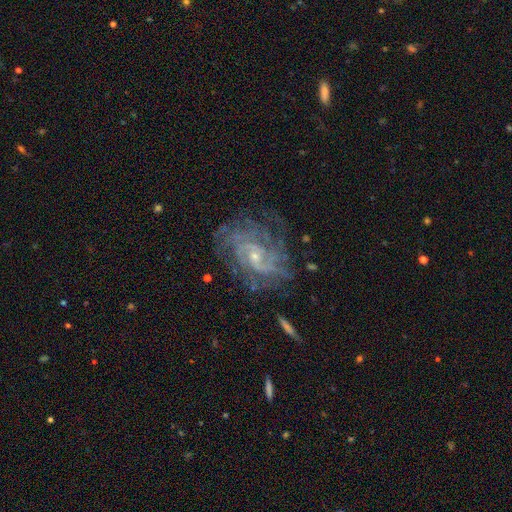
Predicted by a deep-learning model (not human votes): A featured or disk galaxy (85%) with no bar (54%), tight (61%) spiral arms (95%) and a small central bulge (72%).

Vote fractions:
- Smooth or featured? featured or disk: 85% / star or artifact: 9% / smooth: 6%
- Edge-on disk? no: 97% / yes: 3%
- Bar? no: 54% / weak: 37% / strong: 9%
- Spiral arms? yes: 95% / no: 5%
- Spiral winding? tight: 61% / medium: 31% / loose: 8%
- Spiral arm count? can't tell: 34% / 2: 20% / 3: 16% / 4: 15% / more than 4: 9% / 1: 7%
- Bulge size? small: 72% / moderate: 24% / none: 3% / large: 1% / dominant: 1%
- Merging? none: 73% / minor disturbance: 17% / major disturbance: 9% / merger: 2%